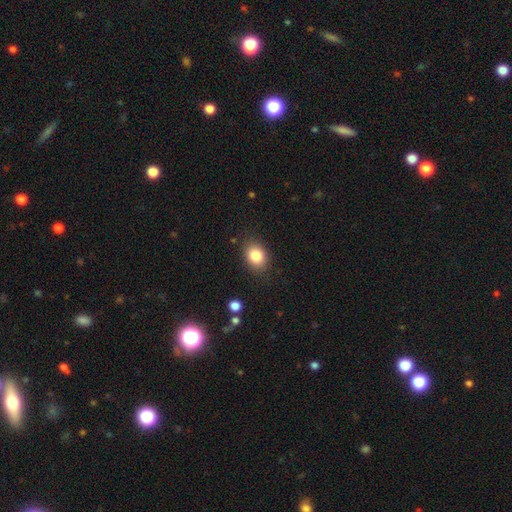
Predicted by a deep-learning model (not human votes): A smooth galaxy with no disk features (84%) that is in between round and cigar-shaped (65%). Merging: none (84%).